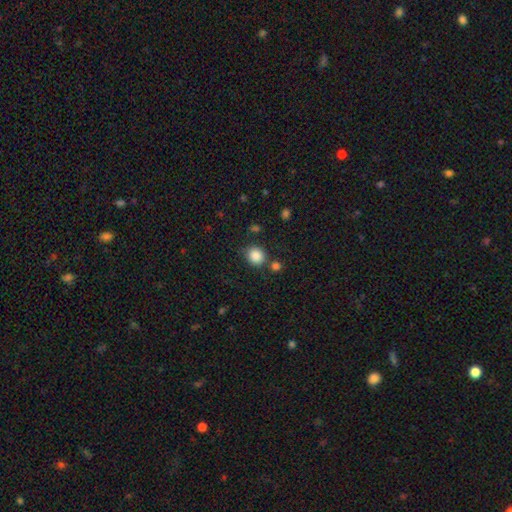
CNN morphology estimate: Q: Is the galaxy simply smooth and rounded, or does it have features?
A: smooth — 87%.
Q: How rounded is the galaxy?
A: round — 79%.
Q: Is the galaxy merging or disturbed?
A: none — 75%.